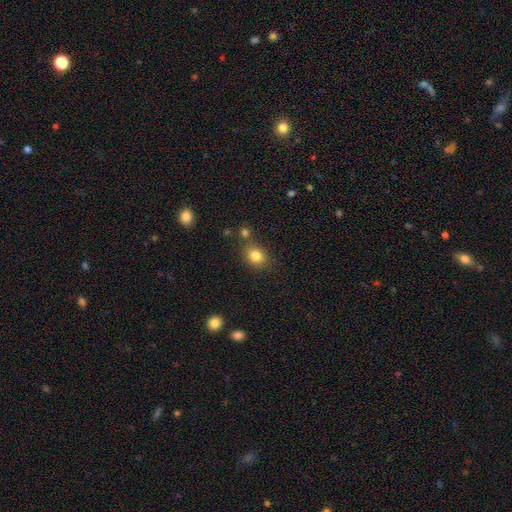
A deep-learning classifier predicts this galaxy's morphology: Overall: smooth (83%). How rounded: round (53%; in between 46%). Merging: none (72%).